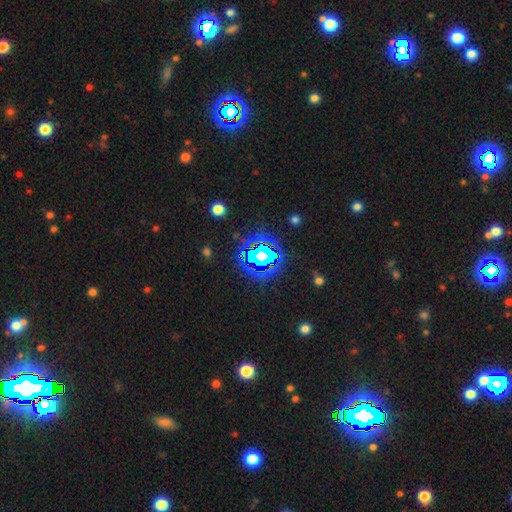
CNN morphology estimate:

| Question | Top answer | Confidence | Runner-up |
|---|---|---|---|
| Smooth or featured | star or artifact | 79% | smooth (13%) |